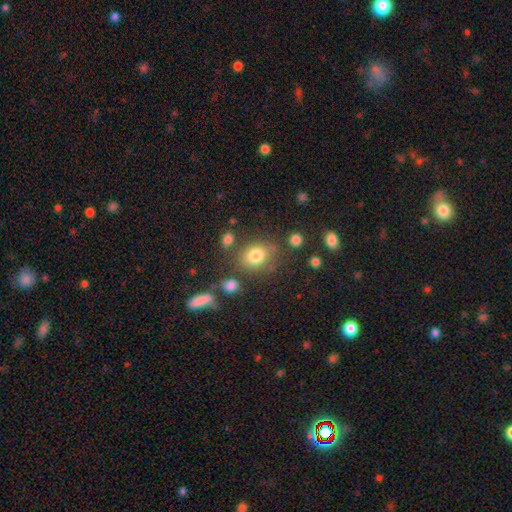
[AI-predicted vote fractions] smooth-or-featured: smooth: 80% | star or artifact: 11% | featured or disk: 9%
  how-rounded: in between: 51% | round: 48% | cigar-shaped: 1%
  merging: none: 70% | minor disturbance: 16% | merger: 8% | major disturbance: 6%